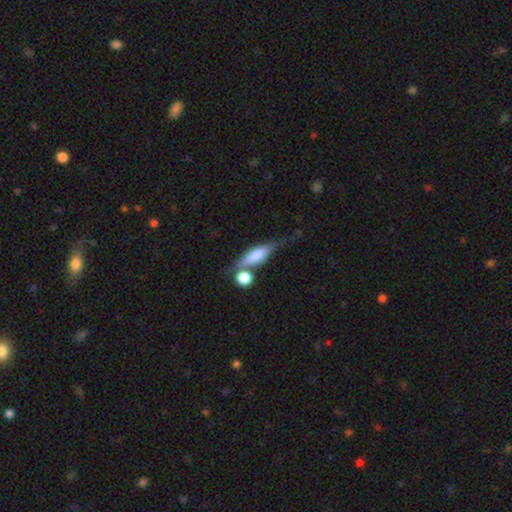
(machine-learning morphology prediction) type=smooth (49%); merging=none (49%).